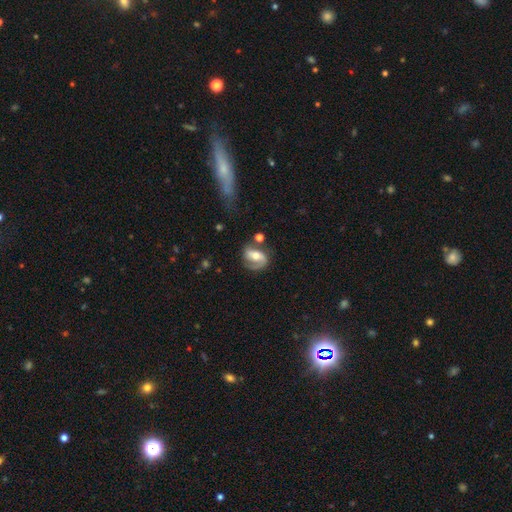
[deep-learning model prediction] The model was most divided on "bar": weak: 38%, no: 33%, strong: 29%. Remaining: edge-on disk — no (96%); spiral arms — yes (89%); smooth or featured — featured or disk (73%); bulge size — moderate (67%); spiral arm count — 2 (66%); merging — none (60%); spiral winding — medium (44%).